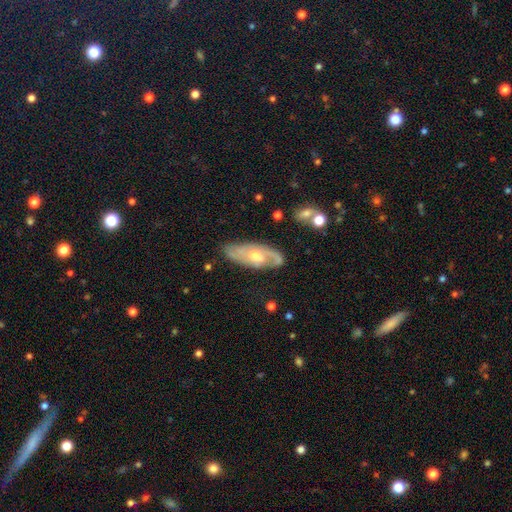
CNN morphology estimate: Q: Smooth or featured?
A: featured or disk (75%); runner-up: smooth (18%)
Q: Edge-on disk?
A: no (86%); runner-up: yes (14%)
Q: Bar?
A: no (64%); runner-up: weak (31%)
Q: Spiral arms?
A: yes (88%); runner-up: no (12%)
Q: Spiral winding?
A: medium (43%); runner-up: tight (38%)
Q: Spiral arm count?
A: 2 (56%); runner-up: can't tell (25%)
Q: Bulge size?
A: moderate (60%); runner-up: small (31%)
Q: Merging?
A: none (71%); runner-up: minor disturbance (20%)